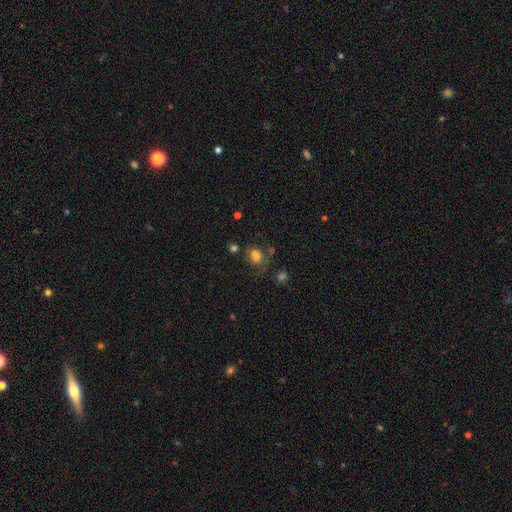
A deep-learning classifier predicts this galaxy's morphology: smooth-or-featured: smooth: 65% | star or artifact: 19% | featured or disk: 16%
  how-rounded: round: 59% | in between: 40% | cigar-shaped: 1%
  merging: none: 44% | merger: 25% | minor disturbance: 17% | major disturbance: 13%